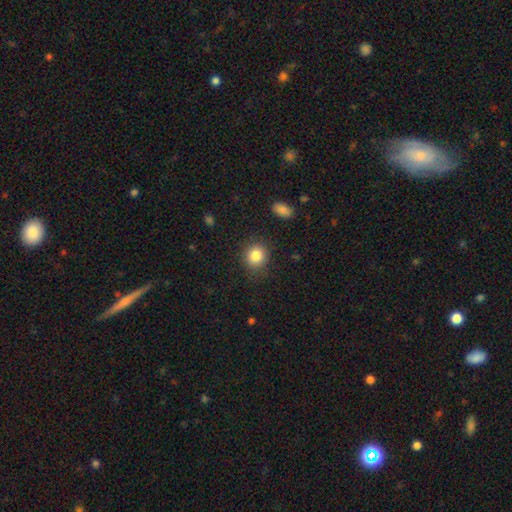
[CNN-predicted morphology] The model was most divided on "how rounded": round: 83%, in between: 16%, cigar-shaped: 1%. More confident: merging — none (85%); smooth or featured — smooth (85%).